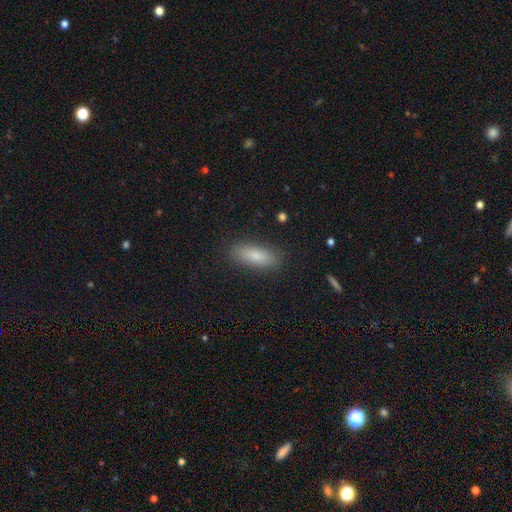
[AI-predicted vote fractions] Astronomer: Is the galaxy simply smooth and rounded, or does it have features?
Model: smooth — 82%.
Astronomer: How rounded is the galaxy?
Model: in between — 68%.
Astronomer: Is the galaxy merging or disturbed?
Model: none — 87%.